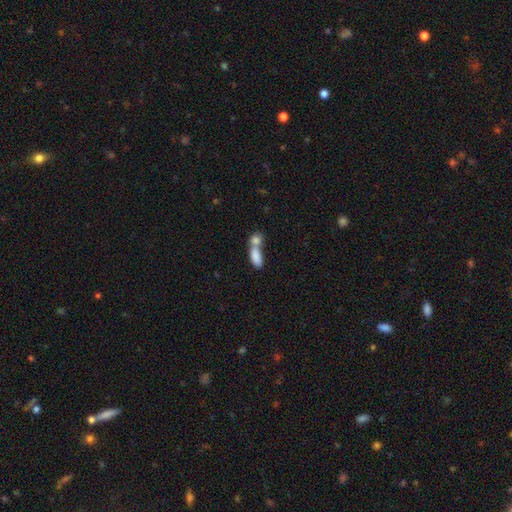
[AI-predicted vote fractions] A smooth galaxy with no disk features (83%) that is in between round and cigar-shaped (81%).

Vote fractions:
- Smooth or featured? smooth: 83% / featured or disk: 10% / star or artifact: 7%
- How rounded? in between: 81% / cigar-shaped: 13% / round: 5%
- Merging? merger: 66% / none: 24% / minor disturbance: 7% / major disturbance: 4%